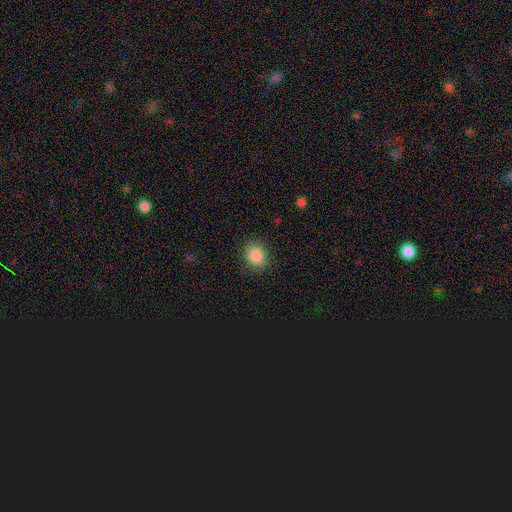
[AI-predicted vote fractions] Smooth or featured? Predicted: smooth (p=0.86). How rounded? Predicted: round (p=0.63). Merging? Predicted: none (p=0.87).